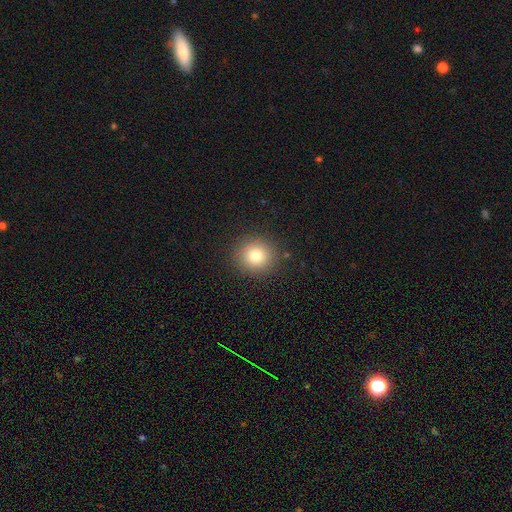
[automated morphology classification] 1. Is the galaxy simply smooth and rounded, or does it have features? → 79% smooth, 13% star or artifact, 9% featured or disk.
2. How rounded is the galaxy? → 91% round, 8% in between, 1% cigar-shaped.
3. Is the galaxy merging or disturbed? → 89% none, 7% minor disturbance, 3% major disturbance, 1% merger.